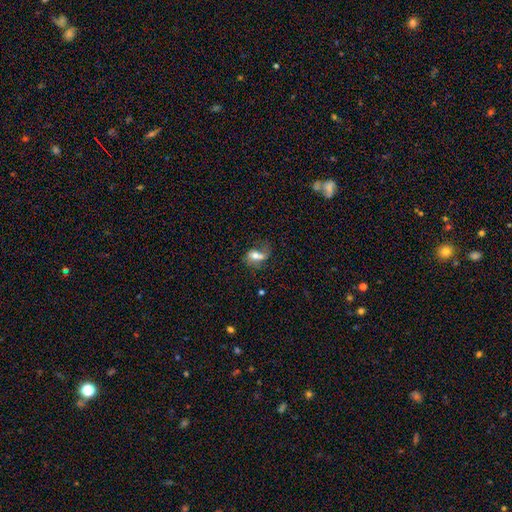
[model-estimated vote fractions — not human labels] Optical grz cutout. It shows a smooth galaxy with no disk features (47%). Merging: none (43%).